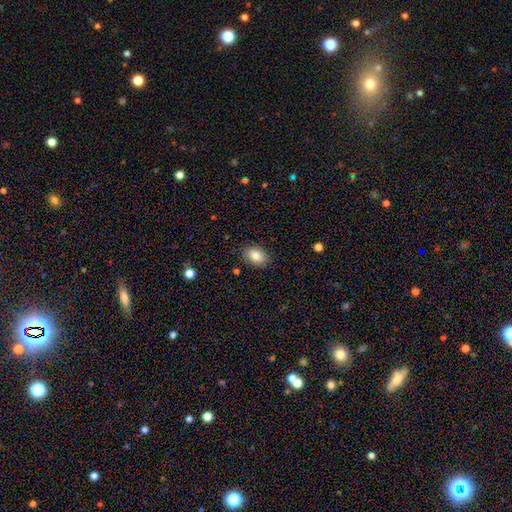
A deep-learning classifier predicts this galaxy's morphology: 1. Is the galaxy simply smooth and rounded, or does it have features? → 83% smooth, 8% featured or disk, 8% star or artifact.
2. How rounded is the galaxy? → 77% in between, 22% round, 1% cigar-shaped.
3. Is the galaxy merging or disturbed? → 85% none, 11% minor disturbance, 2% major disturbance, 1% merger.